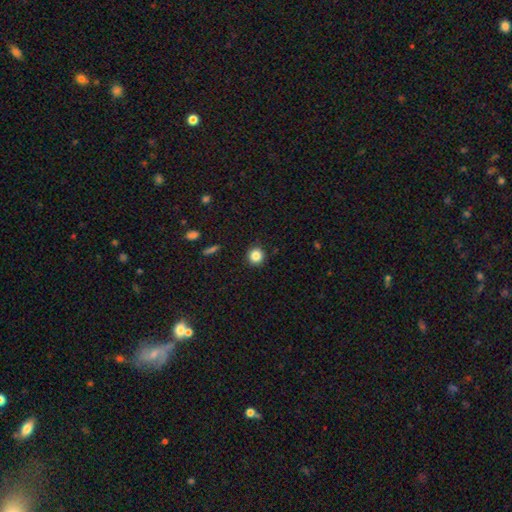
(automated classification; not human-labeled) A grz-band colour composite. It shows a smooth galaxy with no disk features (84%) that is round (94%). Merging: none (92%).